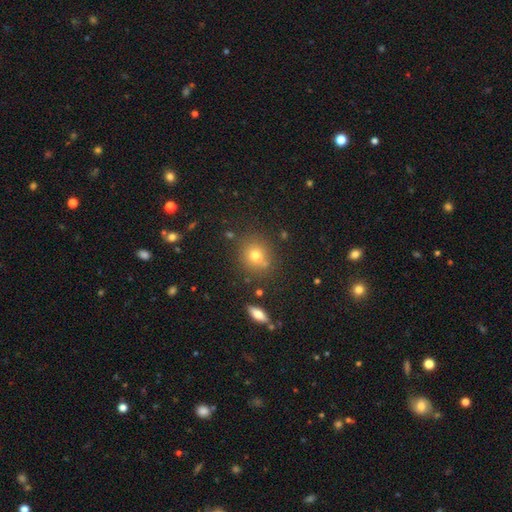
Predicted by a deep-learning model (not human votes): This appears to be a smooth galaxy with no disk features (68%) that is round (78%). Merging: none (69%).